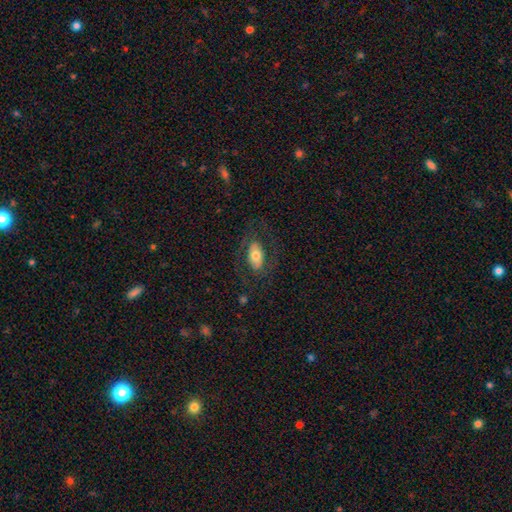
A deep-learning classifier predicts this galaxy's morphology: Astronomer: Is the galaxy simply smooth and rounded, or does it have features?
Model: smooth — 60%.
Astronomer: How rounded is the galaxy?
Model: in between — 92%.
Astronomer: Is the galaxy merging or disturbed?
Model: none — 70%.